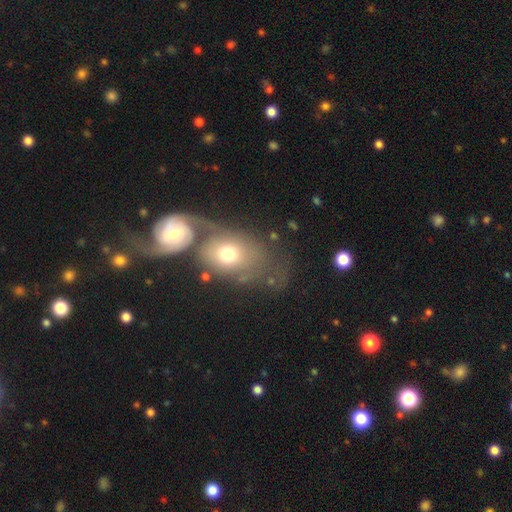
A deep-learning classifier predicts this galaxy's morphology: This appears to be a featured or disk galaxy (56%) with no bar (77%), spiral arms (70%) and a moderate central bulge (61%). Merging: merger (63%).